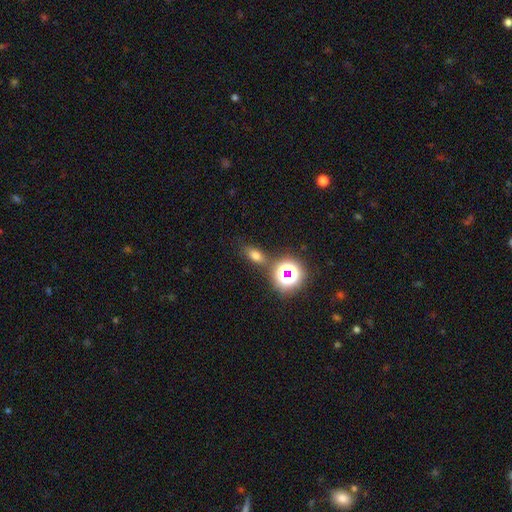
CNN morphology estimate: Overall: smooth (63%; star or artifact 26%). How rounded: in between (68%). Merging: none (75%).